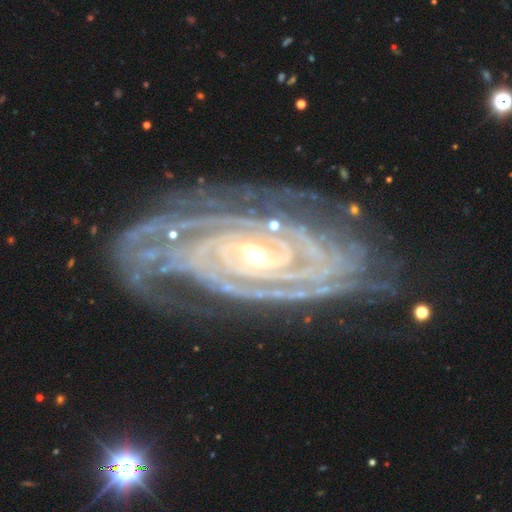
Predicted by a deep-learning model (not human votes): A featured or disk galaxy (91%) with no bar (55%), tight (84%) spiral arms (98%) and a small central bulge (69%).

Vote fractions:
- Smooth or featured? featured or disk: 91% / star or artifact: 6% / smooth: 3%
- Edge-on disk? no: 95% / yes: 5%
- Bar? no: 55% / weak: 26% / strong: 19%
- Spiral arms? yes: 98% / no: 2%
- Spiral winding? tight: 84% / medium: 14% / loose: 2%
- Spiral arm count? can't tell: 20% / 4: 19% / 2: 18% / more than 4: 18% / 3: 17% / 1: 8%
- Bulge size? small: 69% / moderate: 27% / large: 2% / none: 1% / dominant: 1%
- Merging? none: 75% / minor disturbance: 17% / major disturbance: 6% / merger: 2%